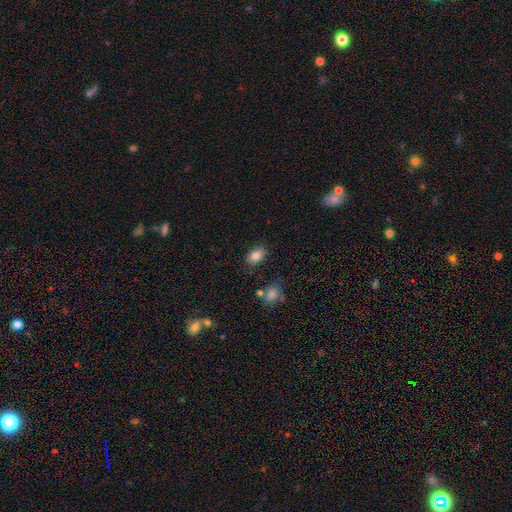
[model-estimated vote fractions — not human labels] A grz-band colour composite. It shows a smooth galaxy with no disk features (85%) that is in between round and cigar-shaped (83%). Merging: none (81%).